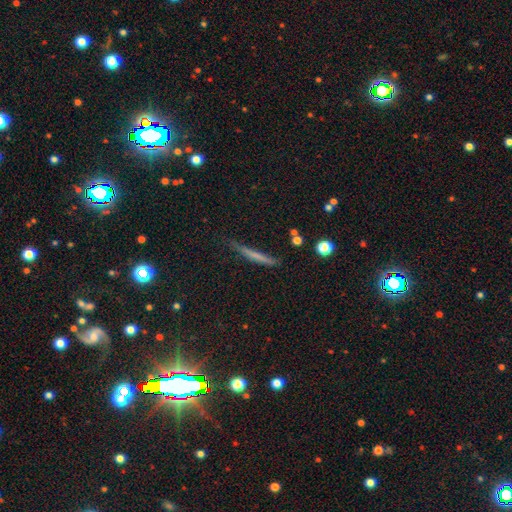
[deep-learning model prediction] smooth_or_featured: smooth (p=0.58) [alt: featured or disk p=0.31]
how_rounded: cigar-shaped (p=0.93) [alt: in between p=0.04]
merging: none (p=0.67) [alt: minor disturbance p=0.23]